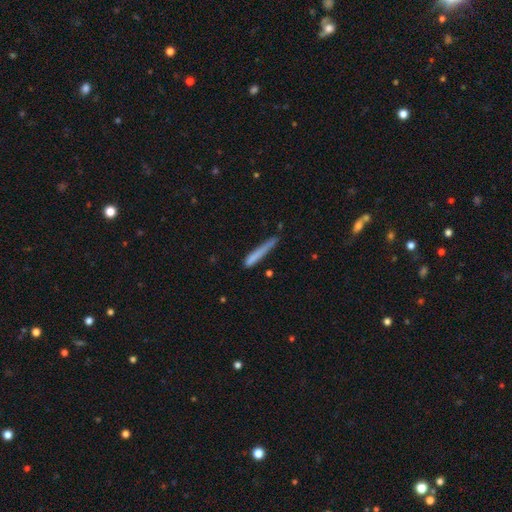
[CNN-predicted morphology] Smooth or featured? Predicted: smooth (p=0.75). How rounded? Predicted: cigar-shaped (p=0.95). Merging? Predicted: none (p=0.62).